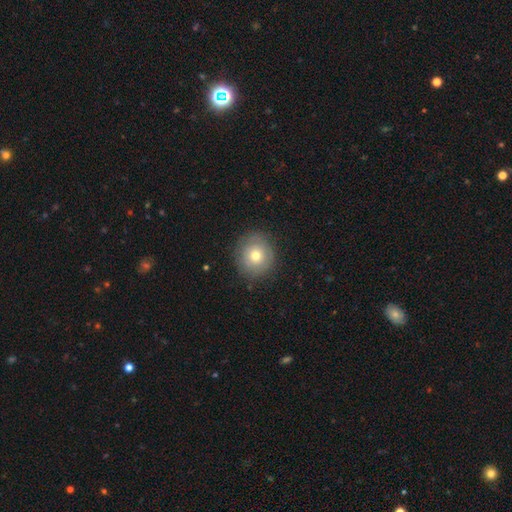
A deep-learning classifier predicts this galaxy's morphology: A smooth galaxy with no disk features (67%) that is round (90%).

Vote fractions:
- Smooth or featured? smooth: 67% / featured or disk: 23% / star or artifact: 10%
- How rounded? round: 90% / in between: 10% / cigar-shaped: 1%
- Merging? none: 83% / minor disturbance: 12% / major disturbance: 4% / merger: 1%